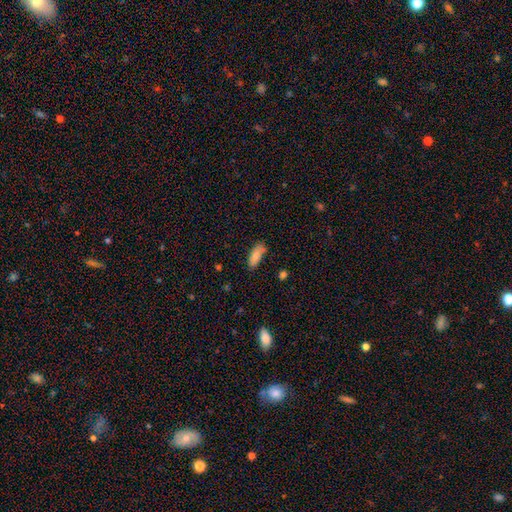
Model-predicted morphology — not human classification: smooth_or_featured: smooth (p=0.84) [alt: featured or disk p=0.09]
how_rounded: in between (p=0.77) [alt: cigar-shaped p=0.21]
merging: none (p=0.68) [alt: minor disturbance p=0.23]